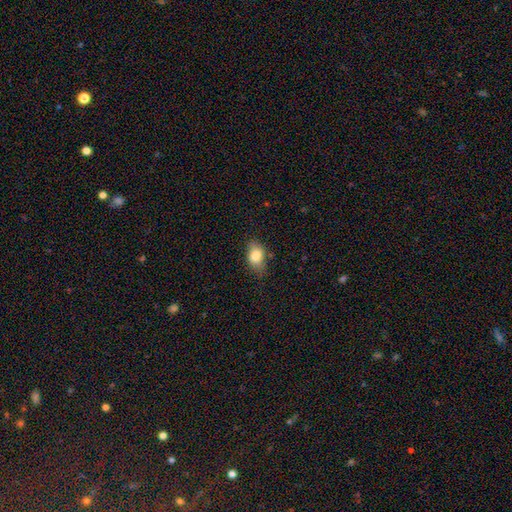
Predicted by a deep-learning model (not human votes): smooth-or-featured: smooth: 81% | featured or disk: 11% | star or artifact: 8%
  how-rounded: in between: 83% | round: 15% | cigar-shaped: 3%
  merging: none: 68% | minor disturbance: 25% | major disturbance: 5% | merger: 2%